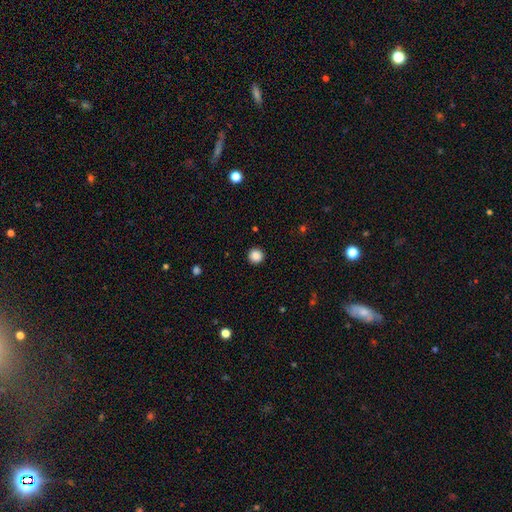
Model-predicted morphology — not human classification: This appears to be a smooth galaxy with no disk features (87%) that is round (96%). Merging: none (93%).